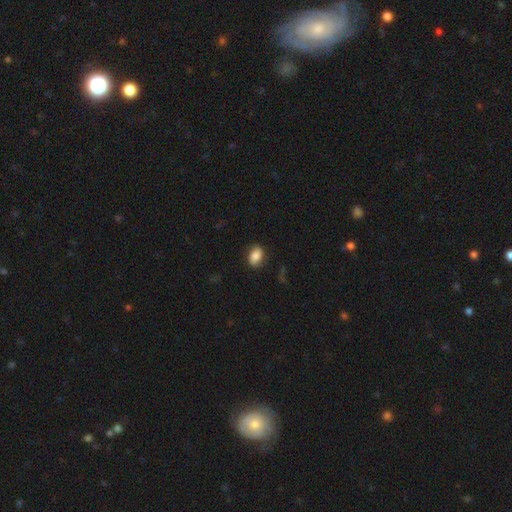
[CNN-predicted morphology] Smooth or featured?
  - smooth: 78% *
  - featured or disk: 14%
  - star or artifact: 8%
How rounded?
  - in between: 79% *
  - round: 19%
  - cigar-shaped: 1%
Merging?
  - none: 79% *
  - minor disturbance: 15%
  - major disturbance: 5%
  - merger: 1%